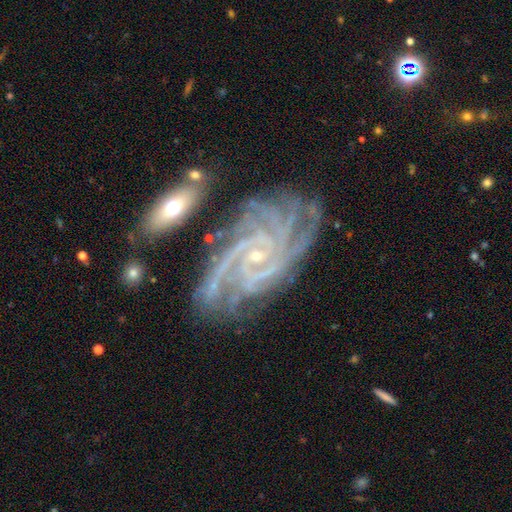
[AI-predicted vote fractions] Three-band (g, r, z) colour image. It shows a featured or disk galaxy (90%) with no bar (59%), 4 (34%) tight (73%) spiral arms (98%) and a small central bulge (82%). Merging: none (71%).